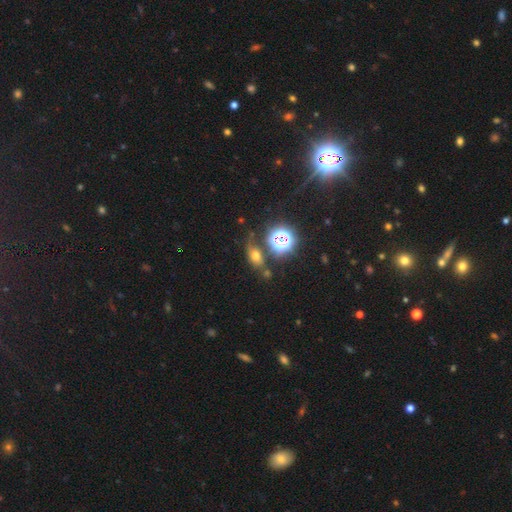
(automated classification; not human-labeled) Smooth or featured: smooth — 57% (star or artifact — 27%)
How rounded: in between — 68% (round — 25%)
Merging: none — 61% (minor disturbance — 19%)